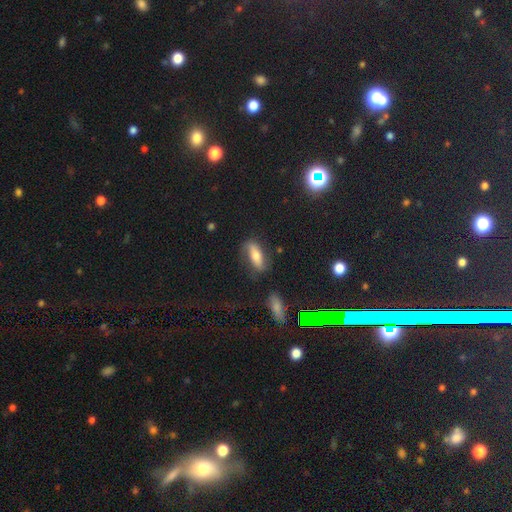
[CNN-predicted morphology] A smooth galaxy with no disk features (57%) that is in between round and cigar-shaped (64%). Merging: none (68%).